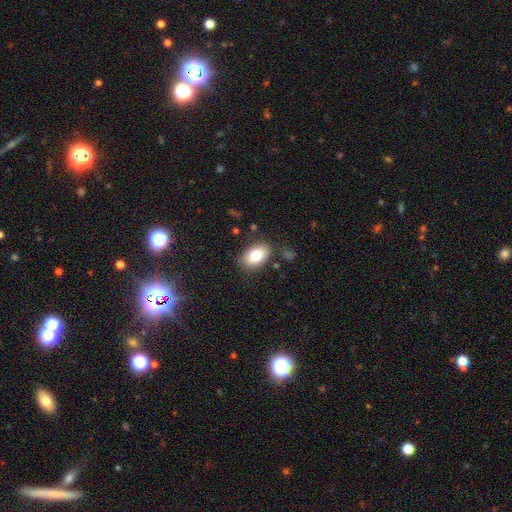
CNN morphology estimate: Smooth or featured? smooth (80%)
How rounded? in between (88%)
Merging? none (81%)